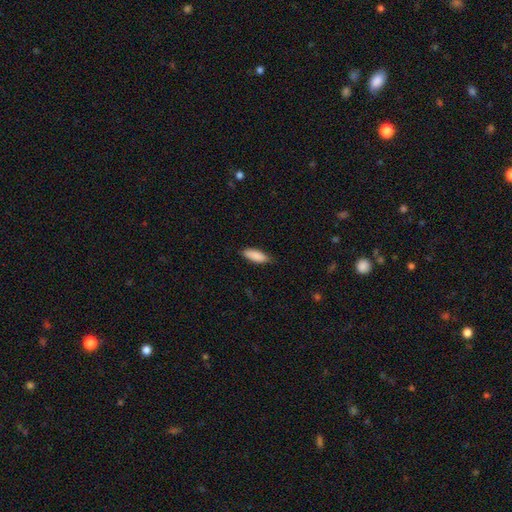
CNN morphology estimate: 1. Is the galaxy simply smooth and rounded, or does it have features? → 89% smooth, 6% star or artifact, 5% featured or disk.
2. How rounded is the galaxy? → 72% in between, 27% cigar-shaped, 2% round.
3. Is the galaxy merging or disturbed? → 79% none, 18% minor disturbance, 3% major disturbance, 1% merger.